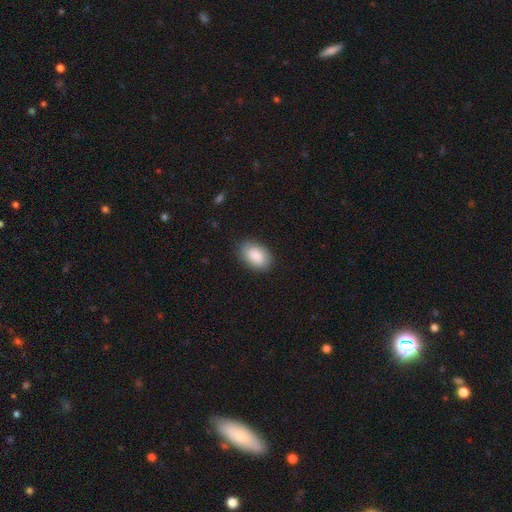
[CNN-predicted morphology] A smooth galaxy with no disk features (88%) that is in between round and cigar-shaped (91%). Merging: none (82%).